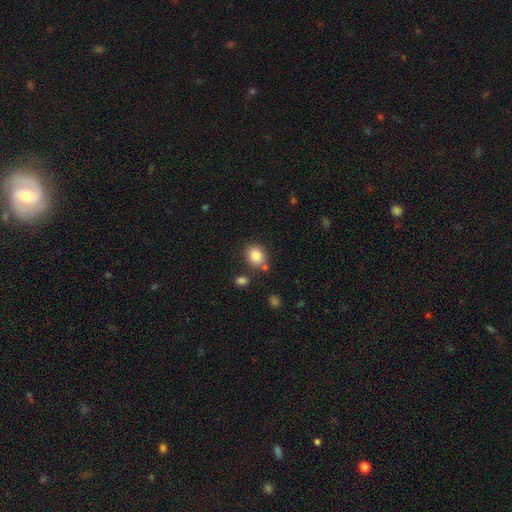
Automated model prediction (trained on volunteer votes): Smooth or featured? smooth (84%)
How rounded? round (61%)
Merging? none (76%)